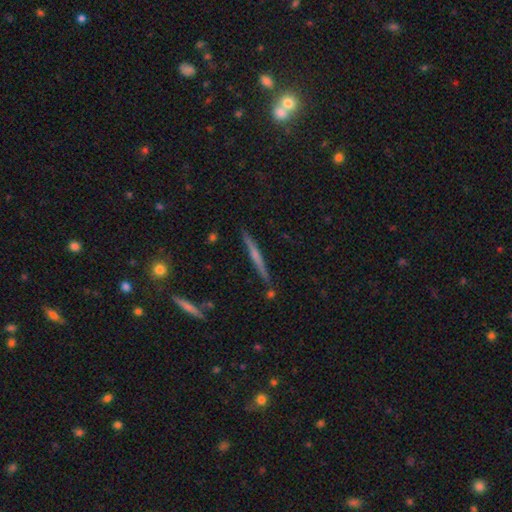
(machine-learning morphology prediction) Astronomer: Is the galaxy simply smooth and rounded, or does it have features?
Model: featured or disk — 56% (runner-up: smooth, 37%).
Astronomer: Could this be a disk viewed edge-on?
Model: yes — 97%.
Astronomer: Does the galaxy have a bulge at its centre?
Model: none — 61%.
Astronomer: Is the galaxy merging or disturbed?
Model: none — 88%.